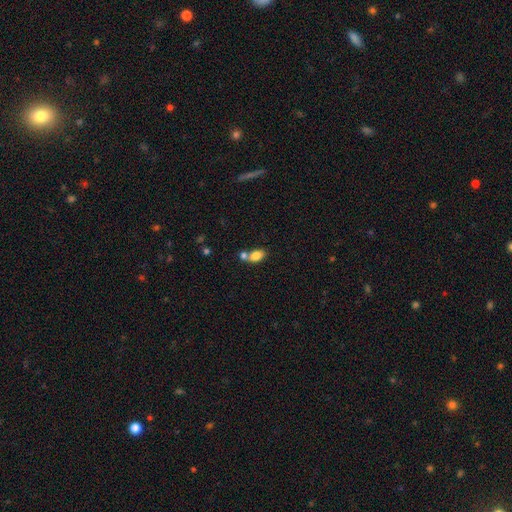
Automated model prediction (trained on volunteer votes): The model was most divided on "merging": merger: 45%, none: 41%, minor disturbance: 10%, major disturbance: 4%. More confident: how rounded — in between (85%); smooth or featured — smooth (80%).